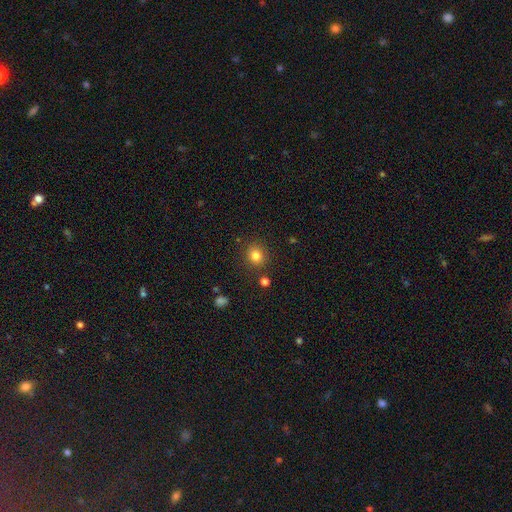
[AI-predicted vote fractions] Smooth or featured?
  - smooth: 81% *
  - star or artifact: 13%
  - featured or disk: 6%
How rounded?
  - round: 82% *
  - in between: 17%
  - cigar-shaped: 1%
Merging?
  - none: 86% *
  - minor disturbance: 8%
  - merger: 4%
  - major disturbance: 3%